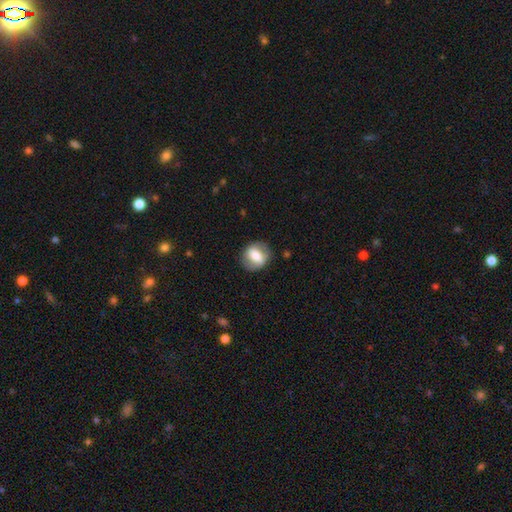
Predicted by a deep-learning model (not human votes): smooth 61%, featured or disk 32%, star or artifact 7%. Down the decision tree: how rounded — round (63%); merging — none (81%).